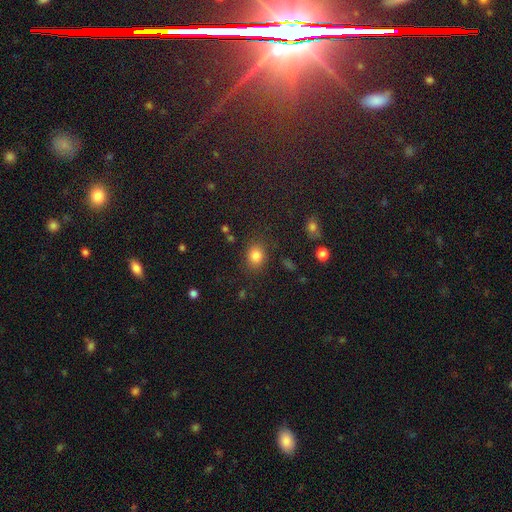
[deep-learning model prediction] smooth-or-featured: smooth: 82% | star or artifact: 12% | featured or disk: 6%
  how-rounded: round: 62% | in between: 37% | cigar-shaped: 1%
  merging: none: 82% | minor disturbance: 11% | major disturbance: 4% | merger: 3%